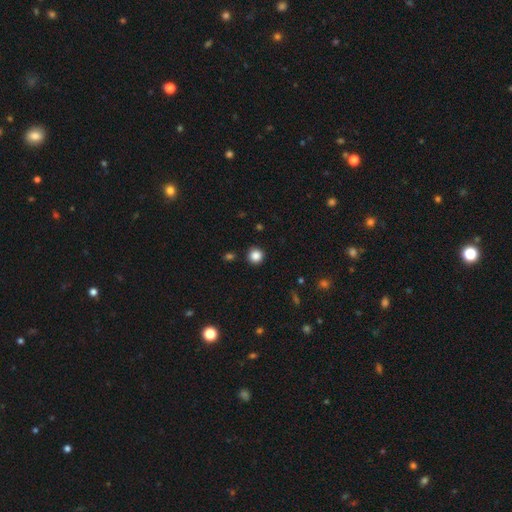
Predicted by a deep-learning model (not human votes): smooth 86%, star or artifact 11%, featured or disk 3%. Down the decision tree: how rounded — round (95%); merging — none (91%).